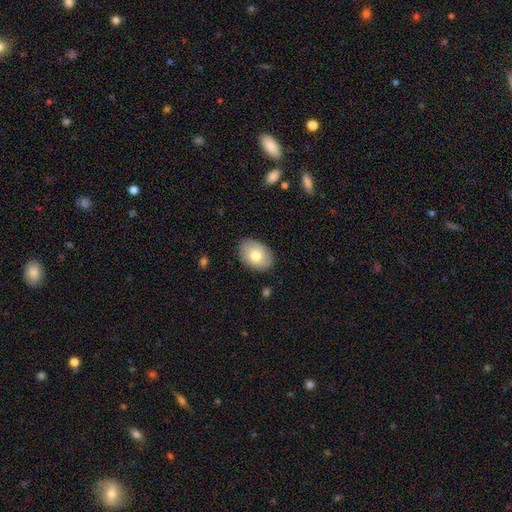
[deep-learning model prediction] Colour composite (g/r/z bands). It shows a smooth galaxy with no disk features (75%) that is in between round and cigar-shaped (81%). Merging: none (86%).